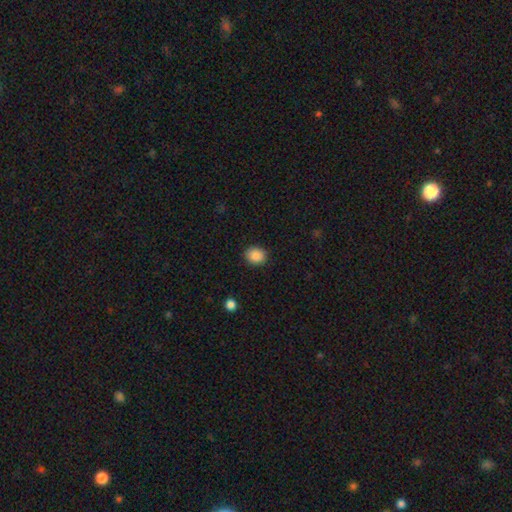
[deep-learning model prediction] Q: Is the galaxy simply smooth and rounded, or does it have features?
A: smooth — 88%.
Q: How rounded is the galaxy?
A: round — 60%.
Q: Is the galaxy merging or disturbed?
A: none — 89%.